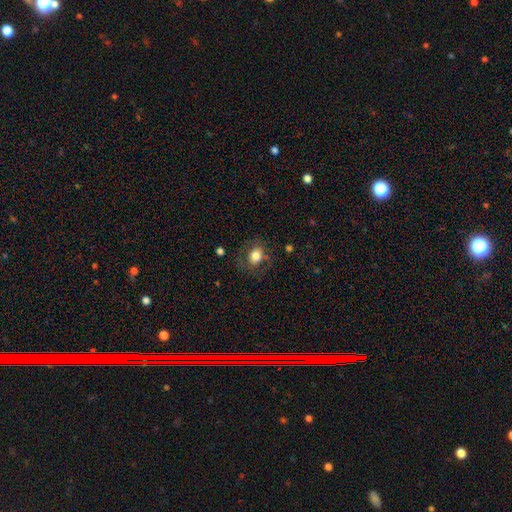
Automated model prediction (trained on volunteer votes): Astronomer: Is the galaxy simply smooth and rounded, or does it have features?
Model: smooth — 74%.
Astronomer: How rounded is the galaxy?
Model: round — 52% (runner-up: in between, 47%).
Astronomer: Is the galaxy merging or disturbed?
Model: none — 71%.